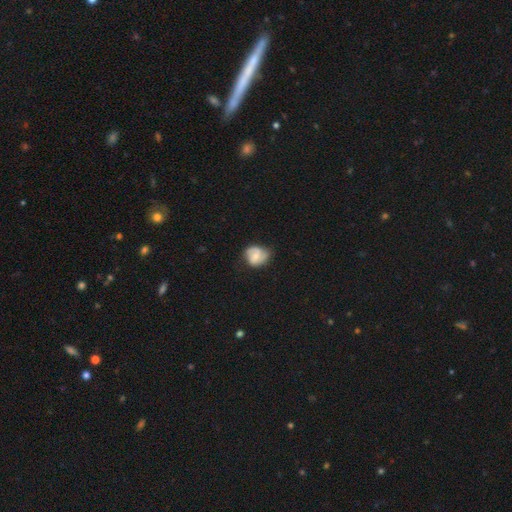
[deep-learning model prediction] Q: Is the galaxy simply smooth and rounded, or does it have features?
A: featured or disk — 48%.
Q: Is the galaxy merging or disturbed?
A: none — 61%.